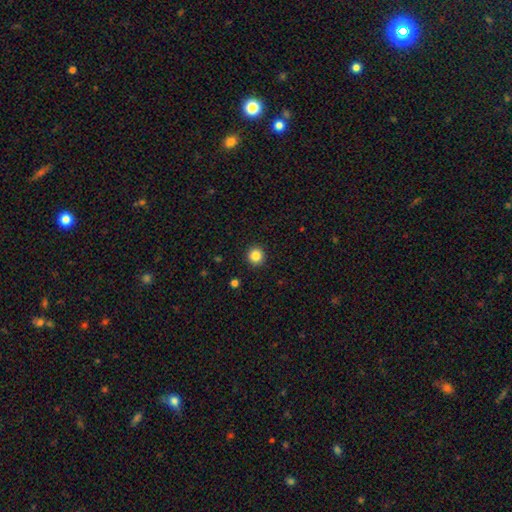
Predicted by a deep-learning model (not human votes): Smooth or featured? Predicted: smooth (p=0.85). How rounded? Predicted: round (p=0.95). Merging? Predicted: none (p=0.93).